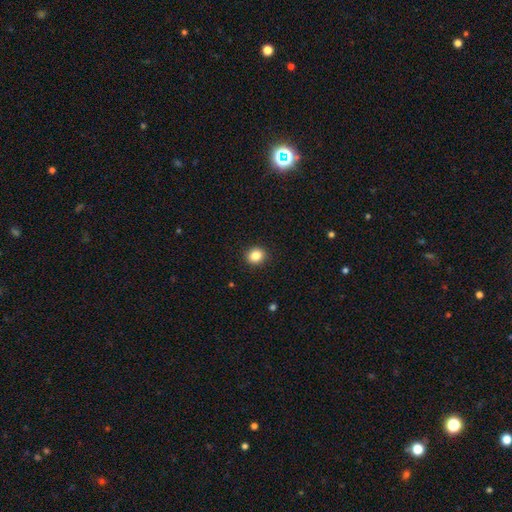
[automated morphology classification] A smooth galaxy with no disk features (85%) that is round (76%).

Vote fractions:
- Smooth or featured? smooth: 85% / star or artifact: 10% / featured or disk: 5%
- How rounded? round: 76% / in between: 23% / cigar-shaped: 1%
- Merging? none: 92% / minor disturbance: 5% / major disturbance: 2% / merger: 1%